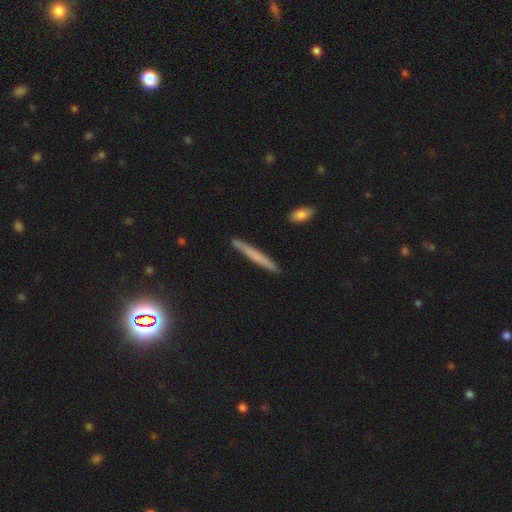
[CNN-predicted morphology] A smooth galaxy with no disk features (59%) that is cigar-shaped (97%).

Vote fractions:
- Smooth or featured? smooth: 59% / featured or disk: 34% / star or artifact: 7%
- How rounded? cigar-shaped: 97% / in between: 2% / round: 1%
- Merging? none: 90% / minor disturbance: 7% / merger: 1% / major disturbance: 1%